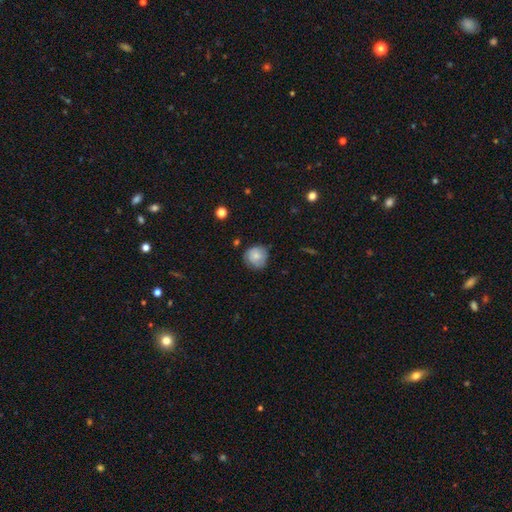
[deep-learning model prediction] Smooth or featured: smooth — 67% (featured or disk — 25%)
How rounded: round — 88% (in between — 11%)
Merging: none — 70% (minor disturbance — 23%)